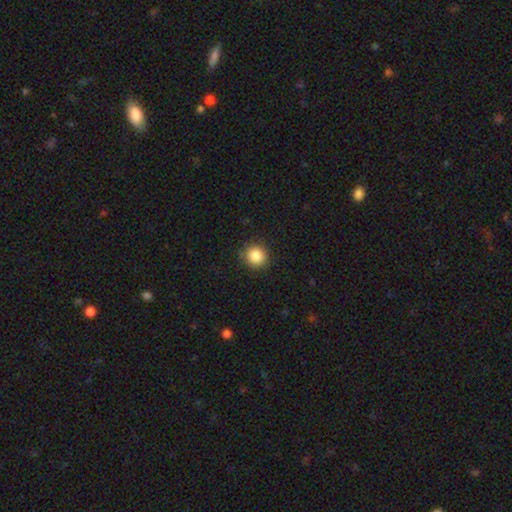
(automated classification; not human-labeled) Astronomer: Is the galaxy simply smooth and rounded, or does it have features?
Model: smooth — 86%.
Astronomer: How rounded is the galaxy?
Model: round — 92%.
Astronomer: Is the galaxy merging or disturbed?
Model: none — 89%.